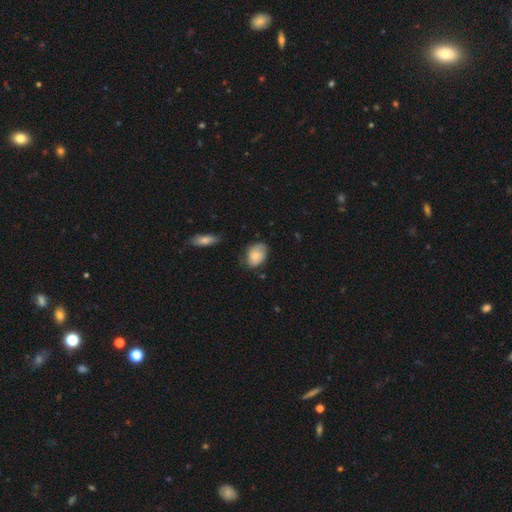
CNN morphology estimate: A smooth galaxy with no disk features (60%) that is in between round and cigar-shaped (72%). Merging: none (59%).